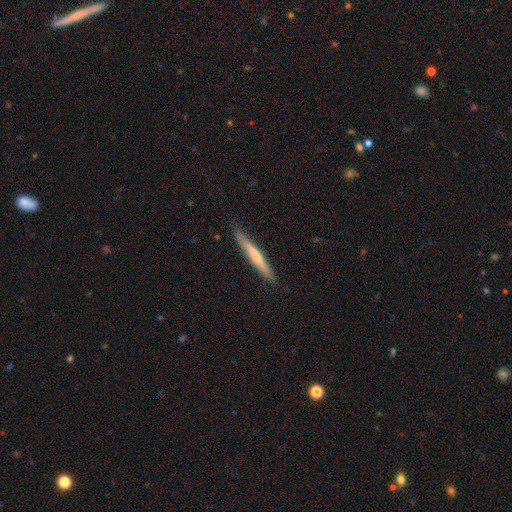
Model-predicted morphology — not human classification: type=smooth (52%); roundness=cigar-shaped (96%); merging=none (88%).